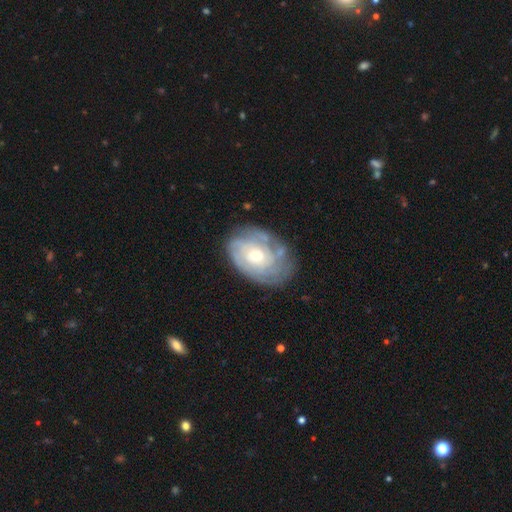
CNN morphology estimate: smooth-or-featured: featured or disk: 74% | smooth: 20% | star or artifact: 6%
  disk-edge-on: no: 96% | yes: 4%
    bar: no: 76% | weak: 21% | strong: 3%
    has-spiral-arms: yes: 84% | no: 16%
      spiral-winding: tight: 71% | medium: 22% | loose: 7%
      spiral-arm-count: can't tell: 56% | 3: 13% | 2: 12% | 4: 10% | more than 4: 6% | 1: 4%
    bulge-size: moderate: 53% | small: 41% | large: 4% | none: 1% | dominant: 1%
  merging: none: 70% | minor disturbance: 20% | major disturbance: 7% | merger: 2%